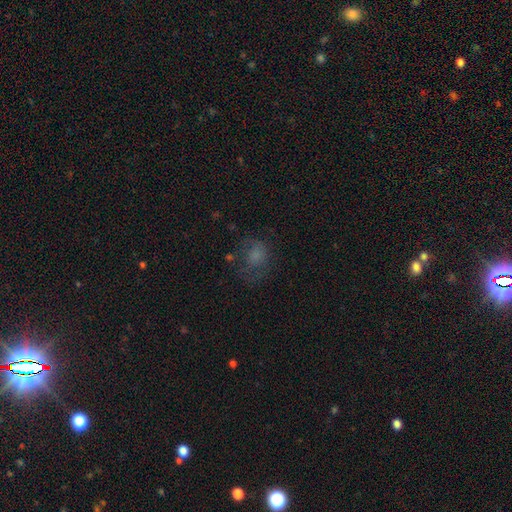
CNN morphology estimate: Overall: smooth (60%; featured or disk 21%). How rounded: round (54%; in between 45%). Merging: none (47%; major disturbance 28%).